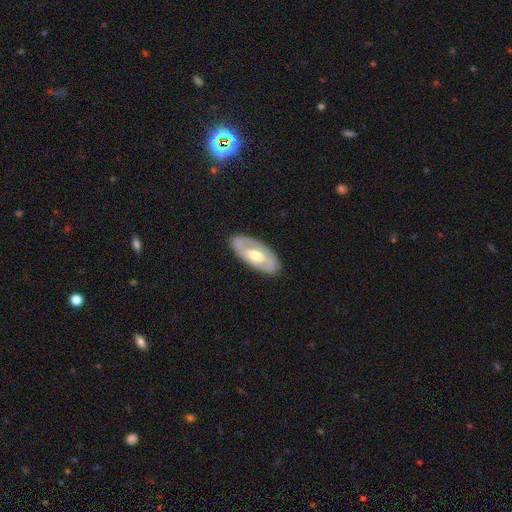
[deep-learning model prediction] featured or disk 65%, smooth 30%, star or artifact 5%. Down the decision tree: edge-on disk — no (88%); bar — no (48%); spiral arms — no (55%); bulge size — moderate (70%); merging — none (84%).